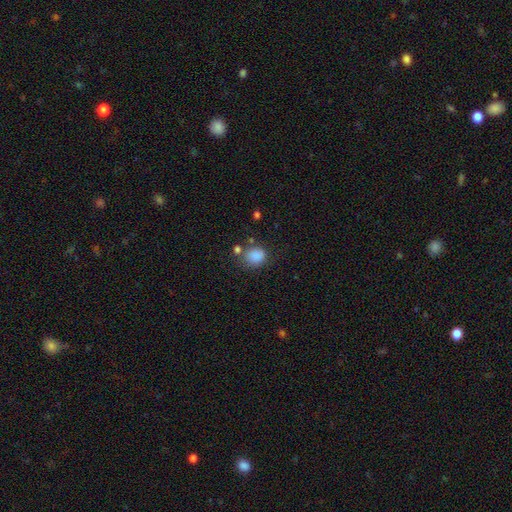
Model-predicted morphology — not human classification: Q: Smooth or featured?
A: smooth (85%); runner-up: star or artifact (10%)
Q: How rounded?
A: round (65%); runner-up: in between (34%)
Q: Merging?
A: none (65%); runner-up: minor disturbance (19%)